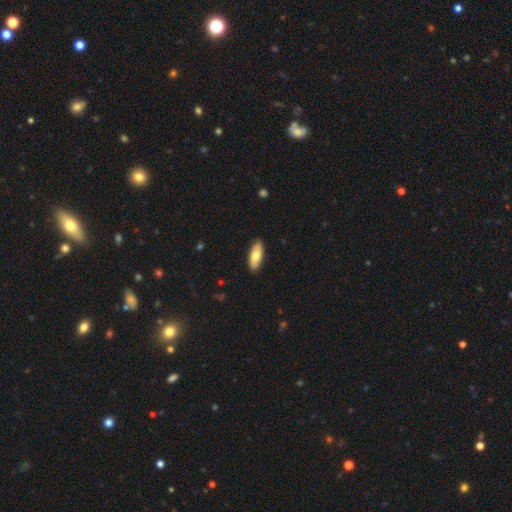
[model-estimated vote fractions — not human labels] This is likely a smooth galaxy (77%). How rounded: likely in between (77%). Merging: clearly none (89%).